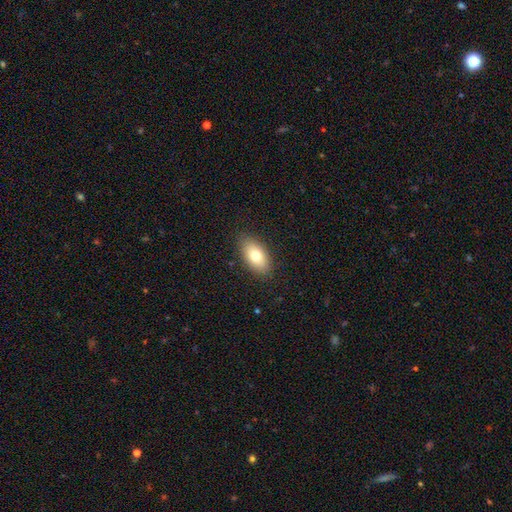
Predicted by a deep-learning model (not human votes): smooth 76%, featured or disk 17%, star or artifact 8%. Down the decision tree: how rounded — in between (91%); merging — none (86%).